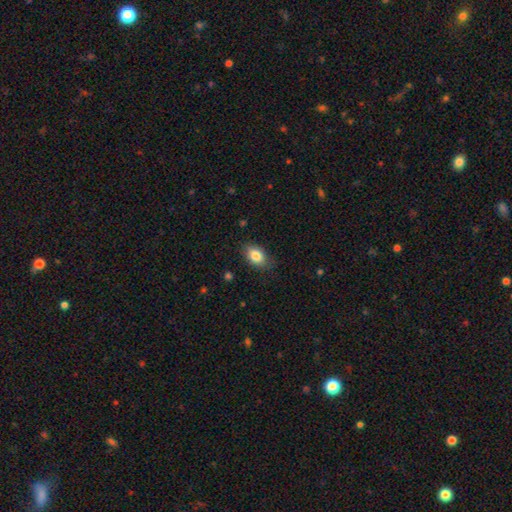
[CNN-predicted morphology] This appears to be a smooth galaxy with no disk features (84%) that is in between round and cigar-shaped (87%). Merging: none (81%).